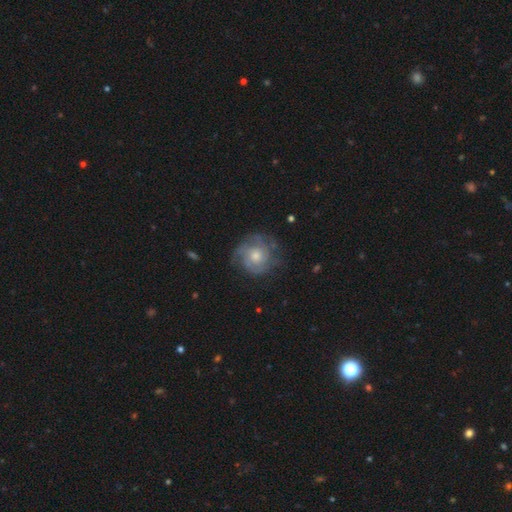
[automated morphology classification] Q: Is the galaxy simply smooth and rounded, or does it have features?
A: featured or disk — 71%.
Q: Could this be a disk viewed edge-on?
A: no — 97%.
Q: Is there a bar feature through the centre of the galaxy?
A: no — 80%.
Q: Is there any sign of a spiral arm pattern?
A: yes — 89%.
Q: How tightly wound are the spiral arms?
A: tight — 61%.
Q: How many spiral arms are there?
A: can't tell — 38%.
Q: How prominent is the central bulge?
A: moderate — 64%.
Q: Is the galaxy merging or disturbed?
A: none — 73%.